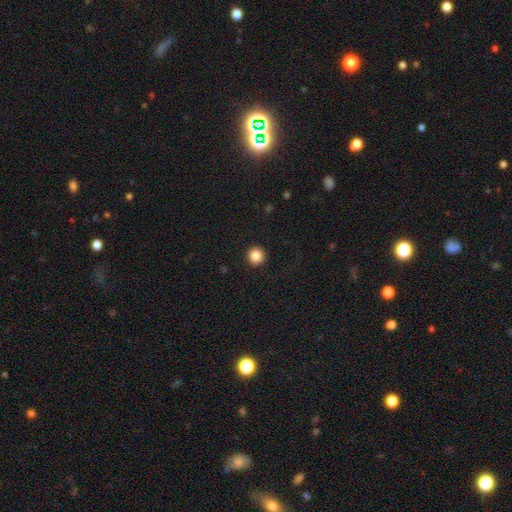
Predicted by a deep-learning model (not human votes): Smooth or featured? smooth (86%)
How rounded? round (96%)
Merging? none (93%)